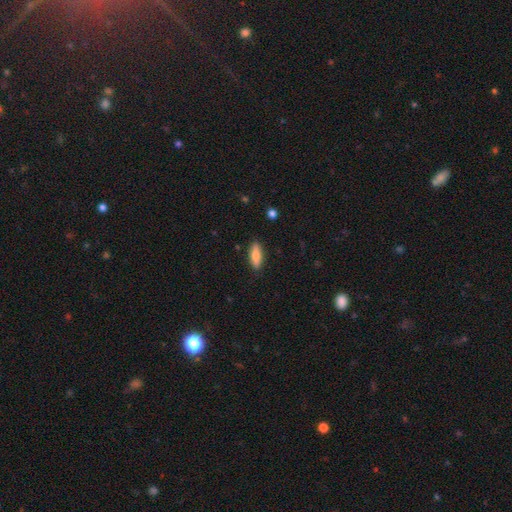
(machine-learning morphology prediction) smooth_or_featured: smooth (p=0.79) [alt: featured or disk p=0.15]
how_rounded: in between (p=0.58) [alt: cigar-shaped p=0.40]
merging: none (p=0.88) [alt: minor disturbance p=0.09]